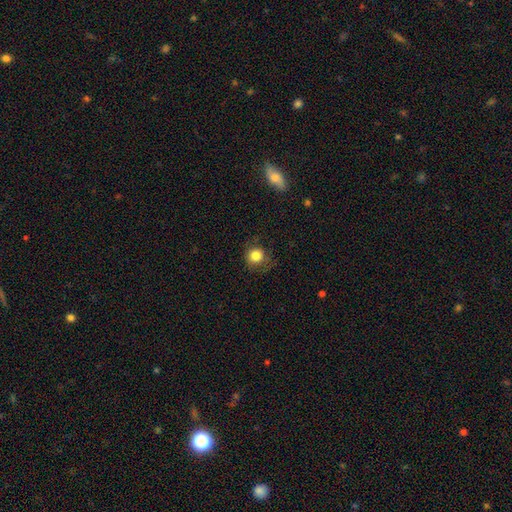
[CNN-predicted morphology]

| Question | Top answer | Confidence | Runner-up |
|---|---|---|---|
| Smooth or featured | smooth | 83% | star or artifact (11%) |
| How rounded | round | 90% | in between (9%) |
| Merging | none | 74% | minor disturbance (17%) |